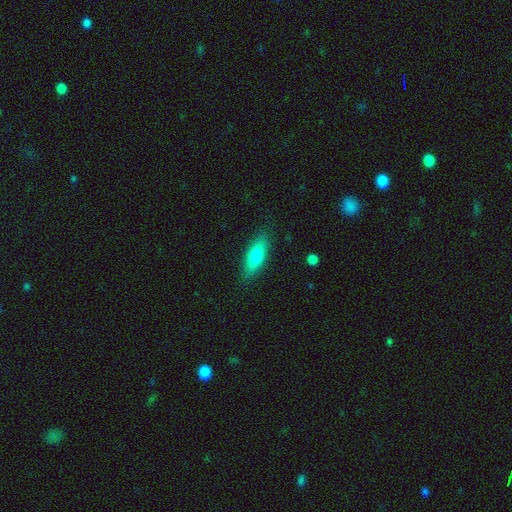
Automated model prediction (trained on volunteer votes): Q: Smooth or featured?
A: smooth (78%); runner-up: featured or disk (16%)
Q: How rounded?
A: in between (50%); runner-up: cigar-shaped (48%)
Q: Merging?
A: none (85%); runner-up: minor disturbance (11%)